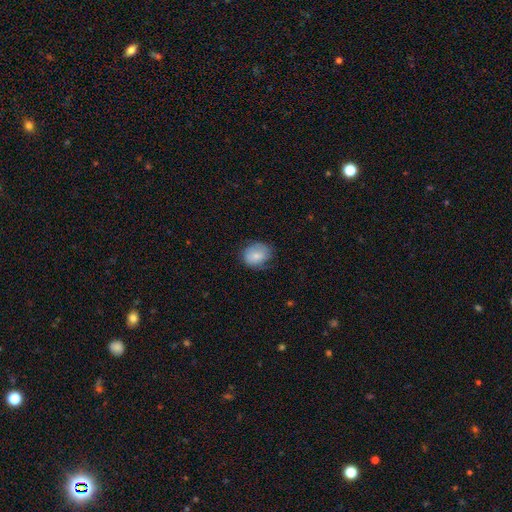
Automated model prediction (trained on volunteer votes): This appears to be a smooth galaxy with no disk features (77%) that is round (54%). Merging: none (67%).